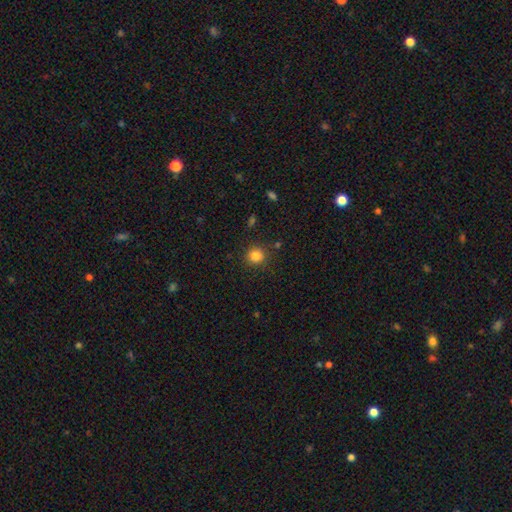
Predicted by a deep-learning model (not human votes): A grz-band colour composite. It shows a smooth galaxy with no disk features (83%) that is round (91%). Merging: none (87%).